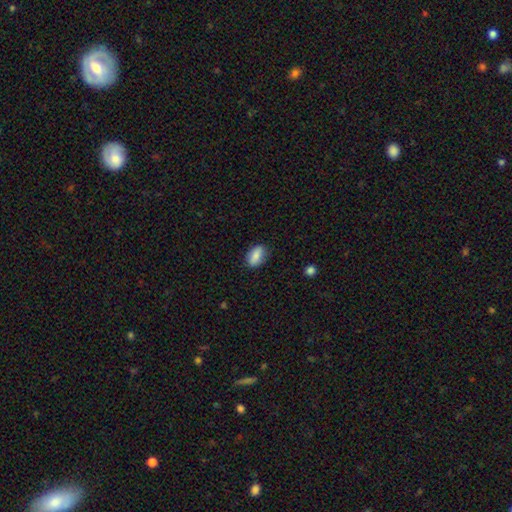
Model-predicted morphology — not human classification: Smooth or featured: smooth — 83% (featured or disk — 10%)
How rounded: in between — 89% (round — 7%)
Merging: none — 81% (minor disturbance — 15%)